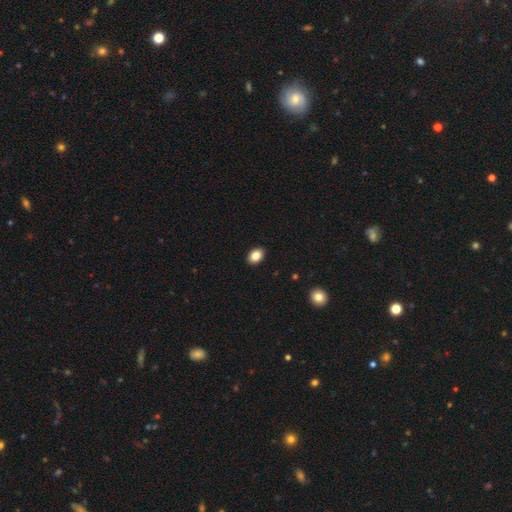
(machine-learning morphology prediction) A smooth galaxy with no disk features (86%) that is in between round and cigar-shaped (77%).

Vote fractions:
- Smooth or featured? smooth: 86% / star or artifact: 9% / featured or disk: 5%
- How rounded? in between: 77% / round: 22% / cigar-shaped: 1%
- Merging? none: 91% / minor disturbance: 7% / major disturbance: 2% / merger: 1%